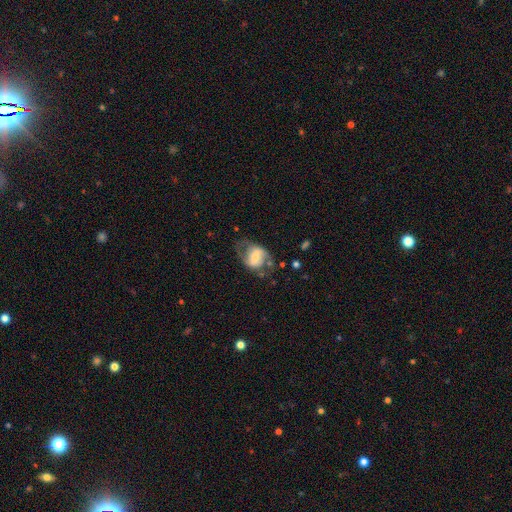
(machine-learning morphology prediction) smooth-or-featured: featured or disk: 58% | smooth: 35% | star or artifact: 7%
  disk-edge-on: no: 96% | yes: 4%
    bar: weak: 40% | no: 32% | strong: 28%
    has-spiral-arms: yes: 72% | no: 28%
    bulge-size: moderate: 40% | small: 38% | large: 12% | none: 7% | dominant: 3%
  merging: none: 47% | minor disturbance: 25% | major disturbance: 24% | merger: 3%